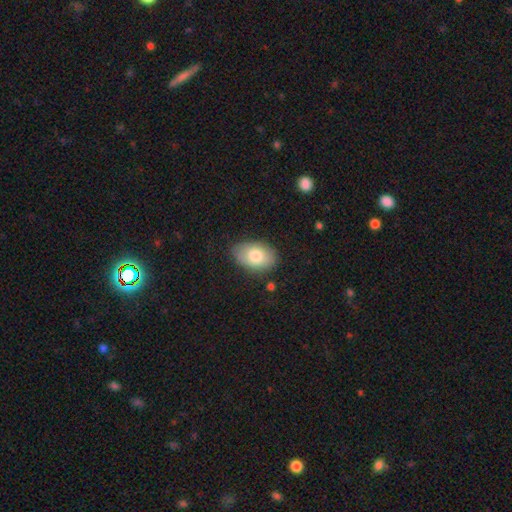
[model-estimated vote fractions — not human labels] A smooth galaxy with no disk features (79%) that is in between round and cigar-shaped (88%). Merging: none (78%).